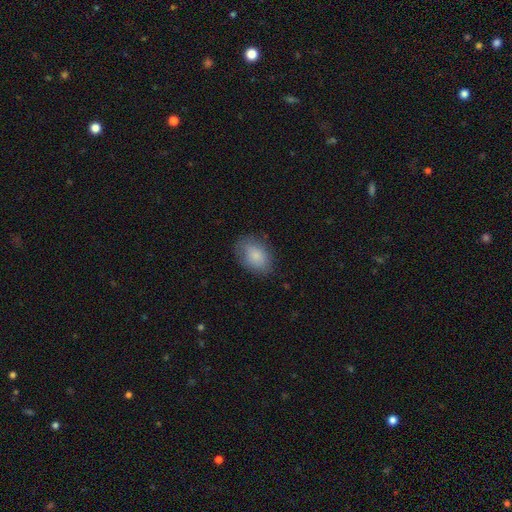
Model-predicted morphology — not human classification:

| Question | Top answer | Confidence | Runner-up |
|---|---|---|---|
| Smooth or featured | smooth | 84% | featured or disk (10%) |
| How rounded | in between | 81% | round (18%) |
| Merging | none | 76% | minor disturbance (18%) |